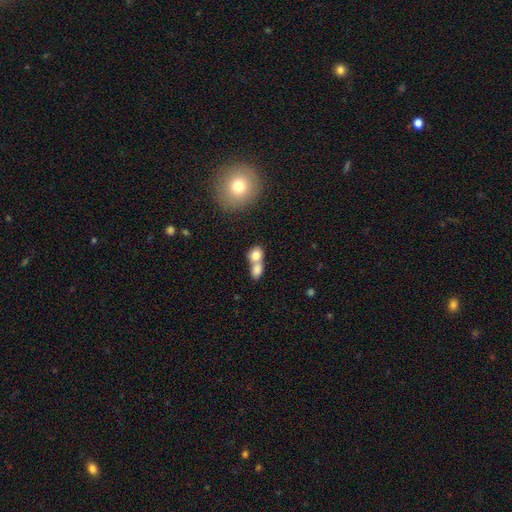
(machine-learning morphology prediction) This is likely a smooth galaxy (78%). How rounded: possibly round (55%). Merging: likely merger (68%).